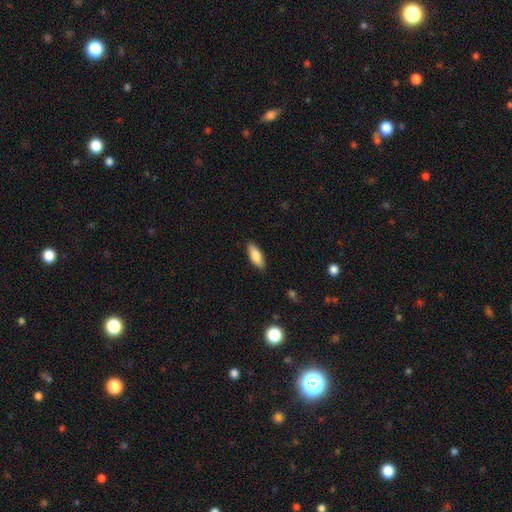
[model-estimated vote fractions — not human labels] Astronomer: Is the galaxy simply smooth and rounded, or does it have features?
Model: smooth — 83%.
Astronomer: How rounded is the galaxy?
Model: in between — 73%.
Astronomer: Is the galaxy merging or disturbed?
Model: none — 87%.